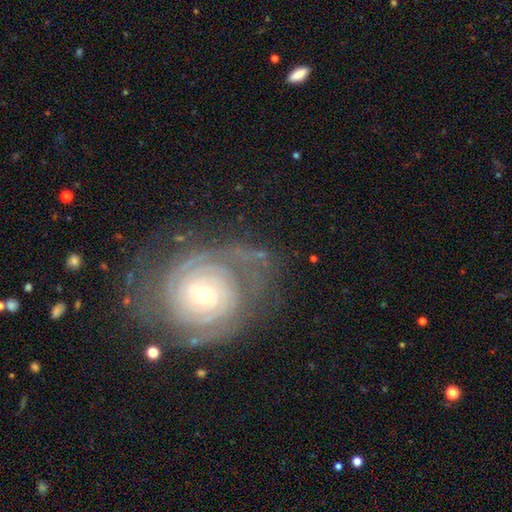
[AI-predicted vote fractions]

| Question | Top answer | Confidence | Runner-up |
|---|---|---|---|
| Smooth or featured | featured or disk | 84% | smooth (8%) |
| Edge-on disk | no | 97% | yes (3%) |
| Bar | no | 74% | weak (18%) |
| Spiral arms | yes | 96% | no (4%) |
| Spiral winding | tight | 80% | medium (16%) |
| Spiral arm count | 2 | 29% | can't tell (28%) |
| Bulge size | small | 65% | moderate (31%) |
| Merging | none | 68% | minor disturbance (17%) |